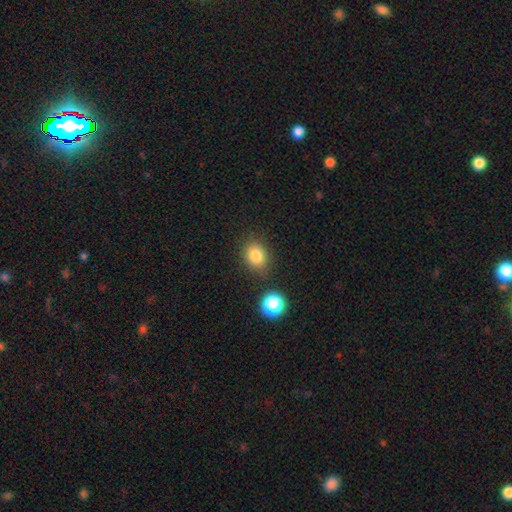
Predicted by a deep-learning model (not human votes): smooth-or-featured: smooth: 82% | star or artifact: 12% | featured or disk: 6%
  how-rounded: in between: 56% | round: 42% | cigar-shaped: 1%
  merging: none: 79% | minor disturbance: 12% | merger: 5% | major disturbance: 4%